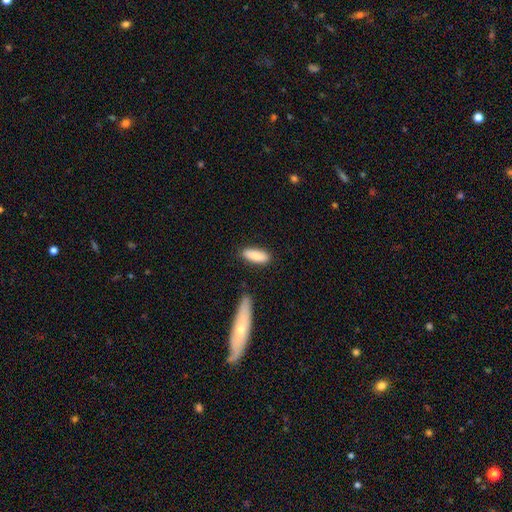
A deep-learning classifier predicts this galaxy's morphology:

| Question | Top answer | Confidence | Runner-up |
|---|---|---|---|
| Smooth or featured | smooth | 87% | featured or disk (7%) |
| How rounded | in between | 66% | cigar-shaped (33%) |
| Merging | none | 83% | minor disturbance (11%) |